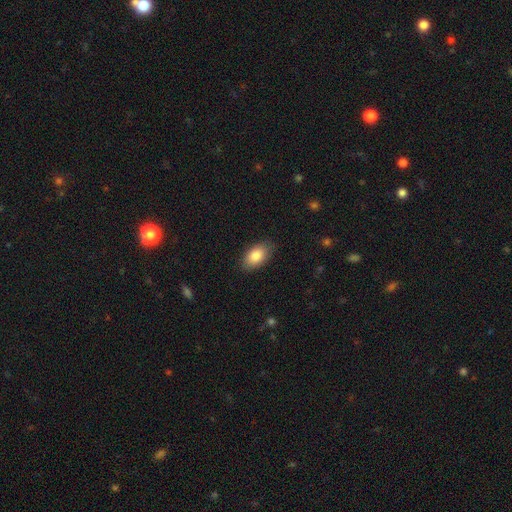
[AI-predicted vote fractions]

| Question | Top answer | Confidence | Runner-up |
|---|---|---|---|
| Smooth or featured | smooth | 84% | featured or disk (10%) |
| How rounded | in between | 93% | round (5%) |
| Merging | none | 85% | minor disturbance (11%) |